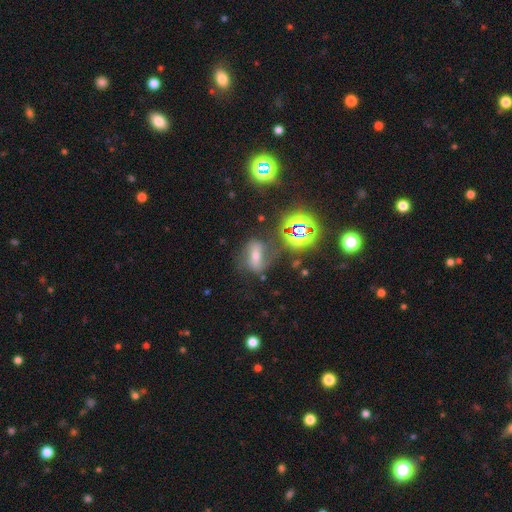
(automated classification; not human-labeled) The model was most divided on "smooth or featured": featured or disk: 37%, star or artifact: 34%, smooth: 29%. More confident: merging — none (62%).